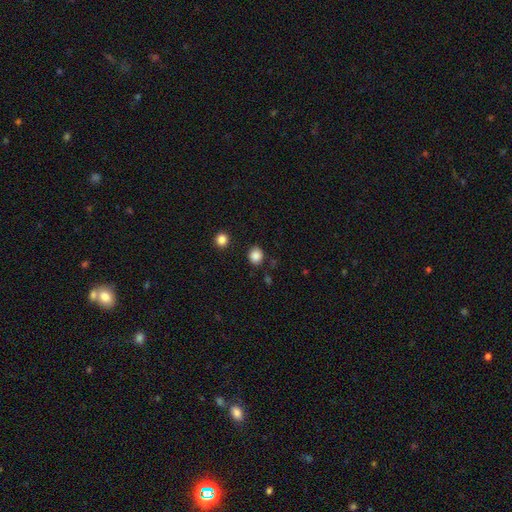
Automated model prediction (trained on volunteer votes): Overall: smooth (86%). How rounded: round (79%). Merging: none (84%).